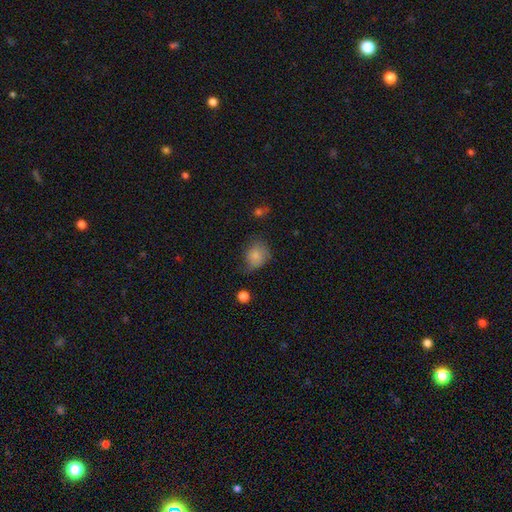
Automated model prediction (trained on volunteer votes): Smooth or featured: smooth — 79% (featured or disk — 12%)
How rounded: round — 54% (in between — 45%)
Merging: none — 49% (minor disturbance — 36%)